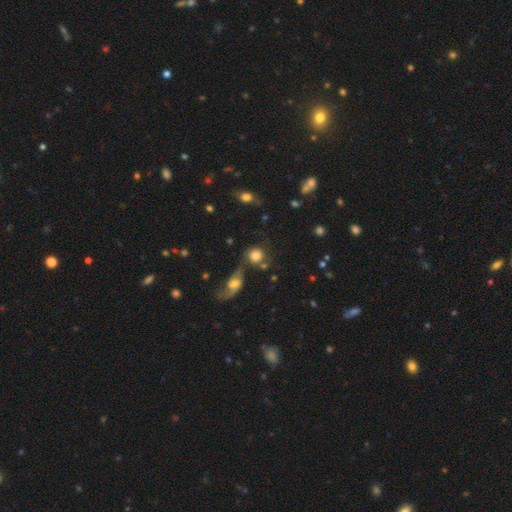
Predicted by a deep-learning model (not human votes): smooth_or_featured: smooth (p=0.74) [alt: featured or disk p=0.15]
how_rounded: round (p=0.87) [alt: in between p=0.11]
merging: none (p=0.44) [alt: merger p=0.33]